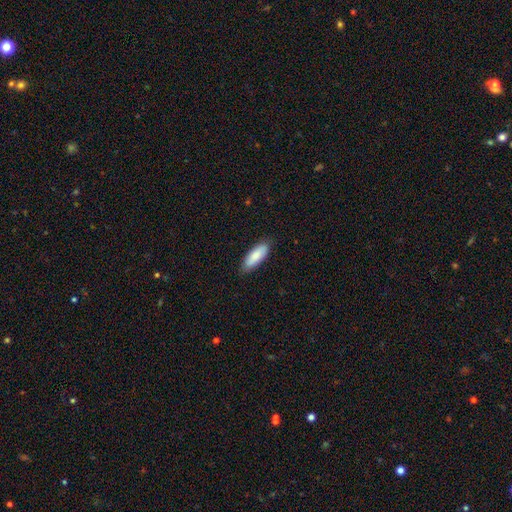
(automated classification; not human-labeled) smooth_or_featured: smooth (p=0.84) [alt: featured or disk p=0.10]
how_rounded: in between (p=0.70) [alt: cigar-shaped p=0.28]
merging: none (p=0.85) [alt: minor disturbance p=0.12]